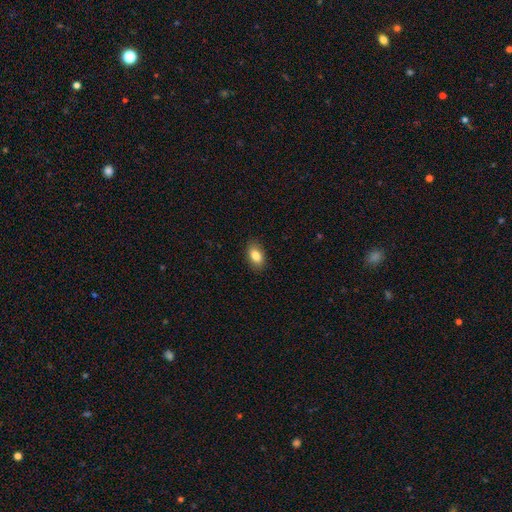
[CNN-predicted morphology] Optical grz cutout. It shows a smooth galaxy with no disk features (84%) that is in between round and cigar-shaped (89%). Merging: none (88%).